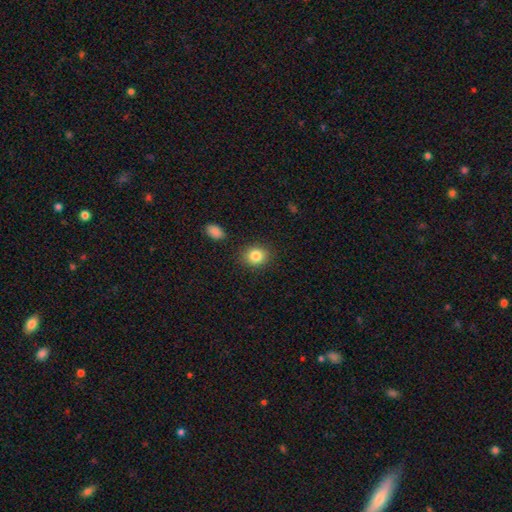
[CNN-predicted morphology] type=smooth (84%); roundness=round (65%); merging=none (86%).